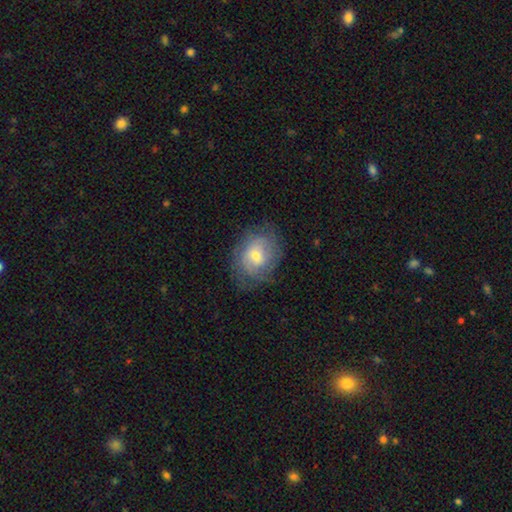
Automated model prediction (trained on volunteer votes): featured or disk 50%, smooth 42%, star or artifact 8%. Down the decision tree: merging — none (69%).